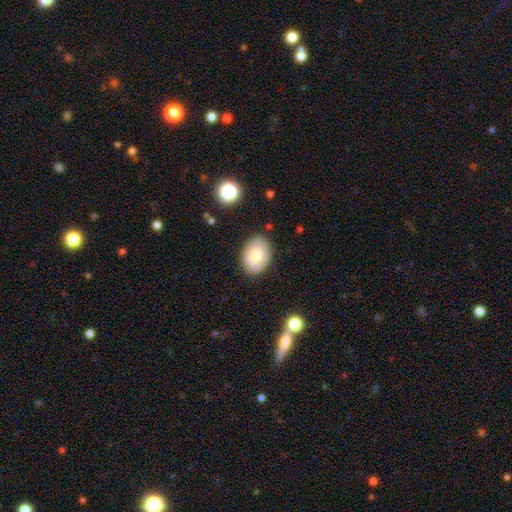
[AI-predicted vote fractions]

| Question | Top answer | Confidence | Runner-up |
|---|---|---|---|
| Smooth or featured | smooth | 78% | featured or disk (14%) |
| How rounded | in between | 76% | round (23%) |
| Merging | none | 85% | minor disturbance (11%) |